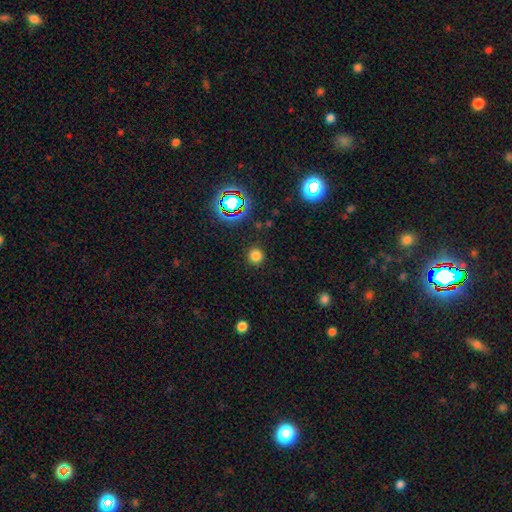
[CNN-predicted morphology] Smooth or featured? Predicted: smooth (p=0.77). How rounded? Predicted: round (p=0.94). Merging? Predicted: none (p=0.90).